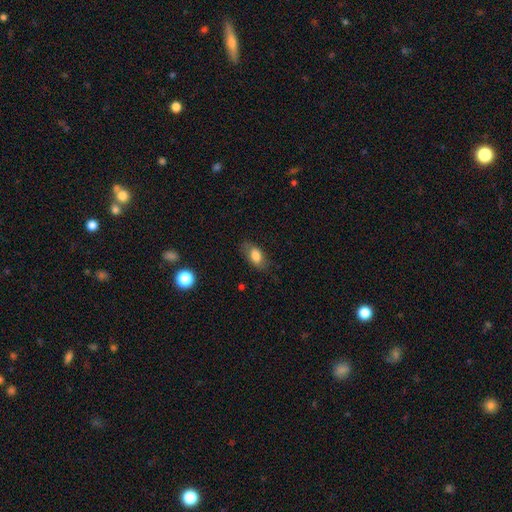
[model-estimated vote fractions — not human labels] smooth_or_featured: smooth (p=0.79) [alt: featured or disk p=0.13]
how_rounded: in between (p=0.89) [alt: round p=0.07]
merging: none (p=0.73) [alt: minor disturbance p=0.19]